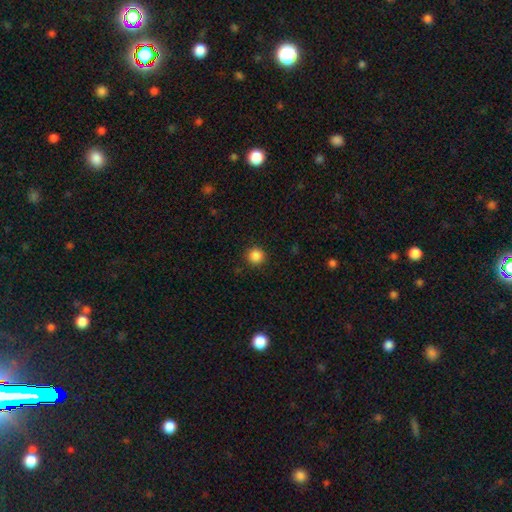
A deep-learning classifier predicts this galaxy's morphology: A smooth galaxy with no disk features (87%) that is round (95%).

Vote fractions:
- Smooth or featured? smooth: 87% / star or artifact: 11% / featured or disk: 3%
- How rounded? round: 95% / in between: 4% / cigar-shaped: 1%
- Merging? none: 91% / minor disturbance: 6% / major disturbance: 2% / merger: 1%